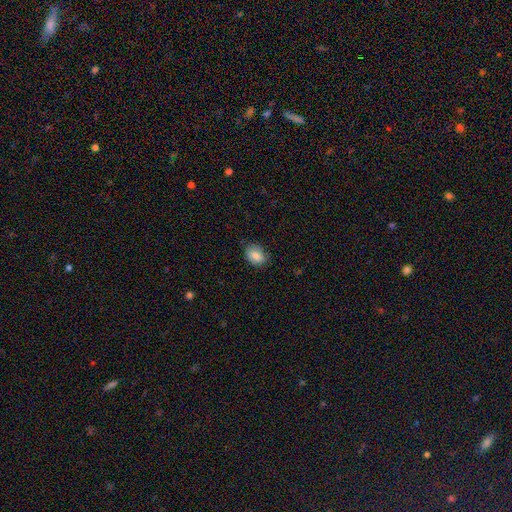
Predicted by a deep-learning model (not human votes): A smooth galaxy with no disk features (83%) that is in between round and cigar-shaped (72%). Merging: none (77%).